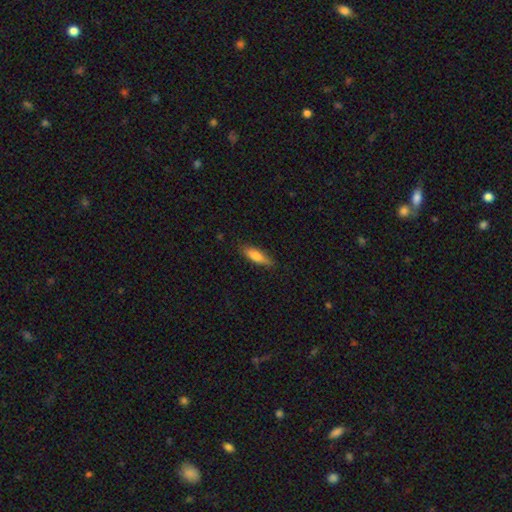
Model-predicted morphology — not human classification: smooth_or_featured: smooth (p=0.76) [alt: featured or disk p=0.18]
how_rounded: cigar-shaped (p=0.58) [alt: in between p=0.41]
merging: none (p=0.83) [alt: minor disturbance p=0.14]